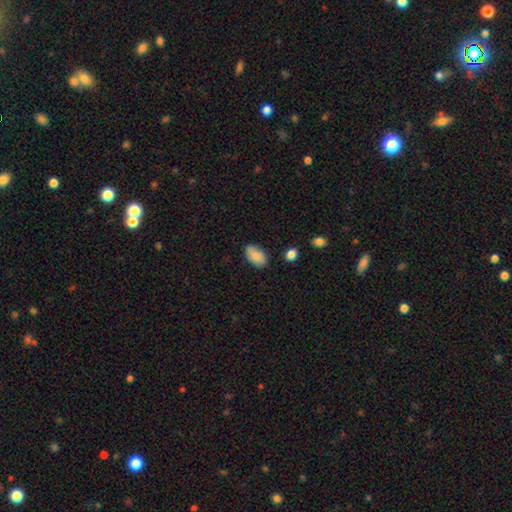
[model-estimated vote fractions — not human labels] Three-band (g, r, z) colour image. It shows a smooth galaxy with no disk features (84%) that is in between round and cigar-shaped (92%). Merging: none (79%).